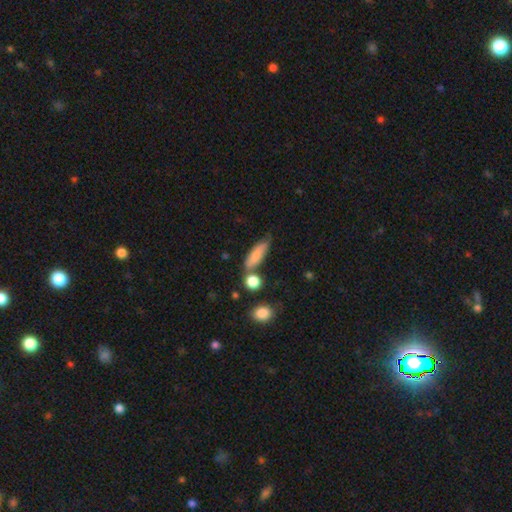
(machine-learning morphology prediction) This is clearly a smooth galaxy (80%). How rounded: possibly in between (50%). Merging: likely none (62%).